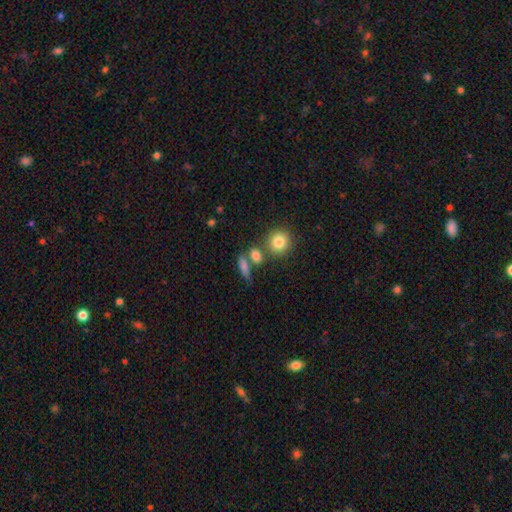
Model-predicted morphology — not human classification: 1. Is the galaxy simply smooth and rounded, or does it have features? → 80% smooth, 10% star or artifact, 10% featured or disk.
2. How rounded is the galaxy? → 52% in between, 33% round, 15% cigar-shaped.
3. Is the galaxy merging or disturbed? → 55% none, 26% merger, 13% minor disturbance, 6% major disturbance.